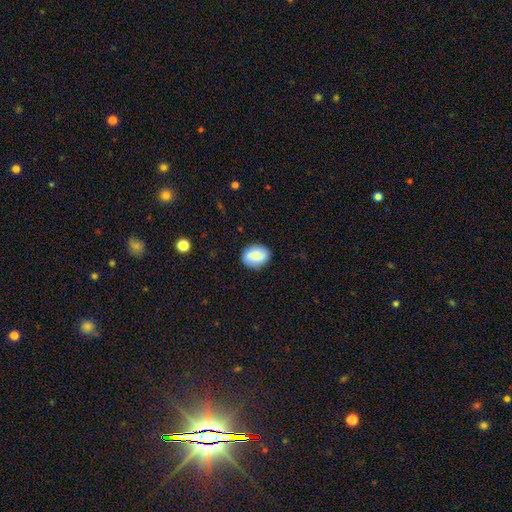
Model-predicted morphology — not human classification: smooth_or_featured: smooth (p=0.81) [alt: featured or disk p=0.12]
how_rounded: in between (p=0.62) [alt: round p=0.37]
merging: none (p=0.83) [alt: minor disturbance p=0.13]